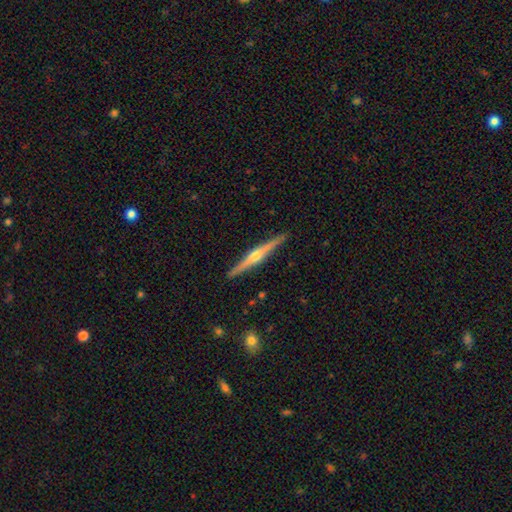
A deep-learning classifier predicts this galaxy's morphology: Smooth or featured: featured or disk — 76% (smooth — 18%)
Edge-on disk: yes — 98% (no — 2%)
Edge-on bulge: rounded — 88% (none — 8%)
Merging: none — 91% (minor disturbance — 6%)